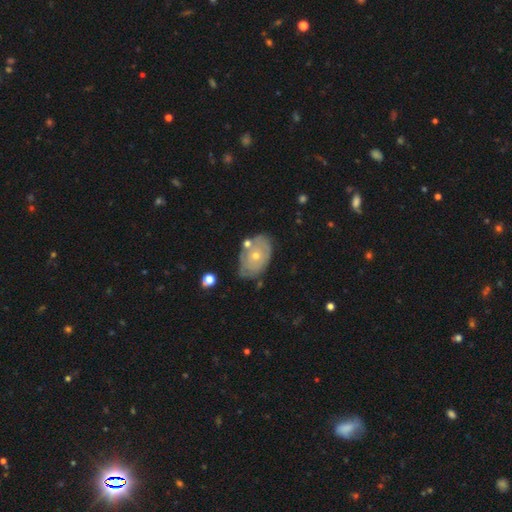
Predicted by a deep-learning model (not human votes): featured or disk 58%, smooth 35%, star or artifact 6%. Down the decision tree: edge-on disk — no (94%); bar — no (89%); spiral arms — yes (51%); bulge size — small (61%); merging — none (61%).